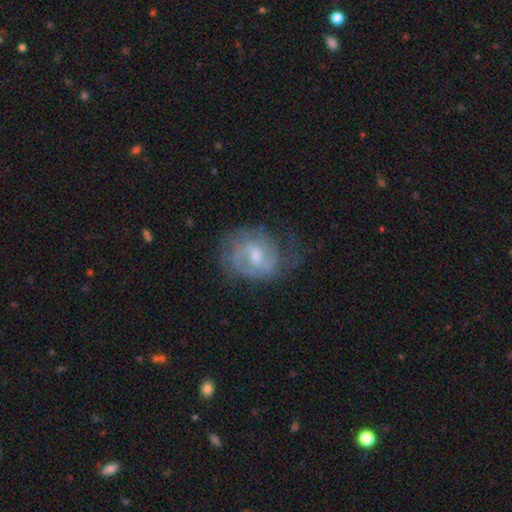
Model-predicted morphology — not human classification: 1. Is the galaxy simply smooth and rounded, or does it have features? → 70% featured or disk, 23% smooth, 7% star or artifact.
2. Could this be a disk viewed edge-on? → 97% no, 3% yes.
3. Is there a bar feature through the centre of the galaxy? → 58% weak, 30% no, 12% strong.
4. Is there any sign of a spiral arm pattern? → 81% yes, 19% no.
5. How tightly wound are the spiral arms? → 41% tight, 40% medium, 18% loose.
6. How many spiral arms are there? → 43% 2, 35% can't tell, 9% 3, 8% 1, 3% 4, 2% more than 4.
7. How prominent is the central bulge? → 51% moderate, 37% small, 8% none, 4% large, 1% dominant.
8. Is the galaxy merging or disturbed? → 54% none, 26% minor disturbance, 19% major disturbance, 2% merger.